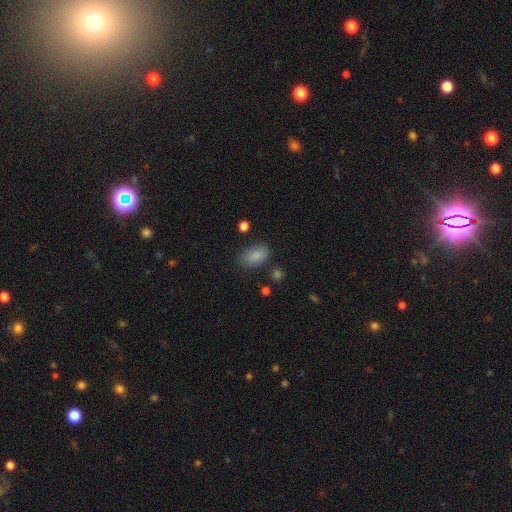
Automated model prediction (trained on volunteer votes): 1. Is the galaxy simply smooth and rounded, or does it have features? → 86% smooth, 8% star or artifact, 5% featured or disk.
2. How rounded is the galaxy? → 90% in between, 8% round, 2% cigar-shaped.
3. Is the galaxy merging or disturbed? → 76% none, 17% minor disturbance, 5% major disturbance, 3% merger.